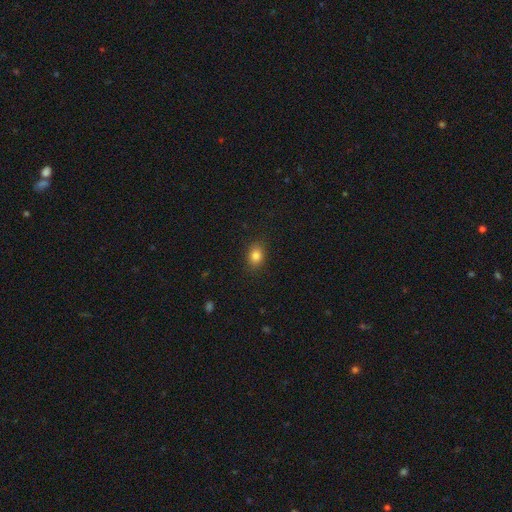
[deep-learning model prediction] Smooth or featured: smooth — 83% (star or artifact — 11%)
How rounded: in between — 66% (round — 33%)
Merging: none — 87% (minor disturbance — 9%)